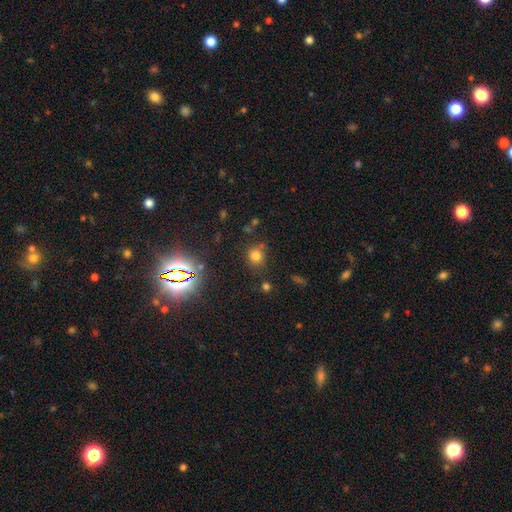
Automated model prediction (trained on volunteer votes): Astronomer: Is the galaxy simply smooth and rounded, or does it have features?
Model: smooth — 73%.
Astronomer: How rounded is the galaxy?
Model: round — 84%.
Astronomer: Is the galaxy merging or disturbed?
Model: none — 73%.